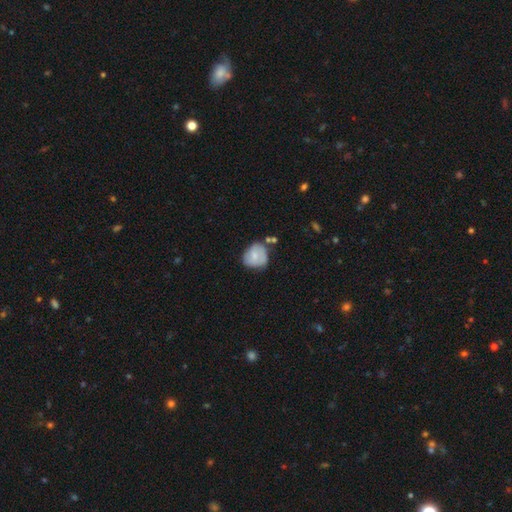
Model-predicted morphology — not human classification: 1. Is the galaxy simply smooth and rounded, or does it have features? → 64% smooth, 28% featured or disk, 8% star or artifact.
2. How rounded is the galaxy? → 64% round, 35% in between, 1% cigar-shaped.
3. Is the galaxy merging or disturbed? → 50% none, 31% minor disturbance, 9% major disturbance, 9% merger.